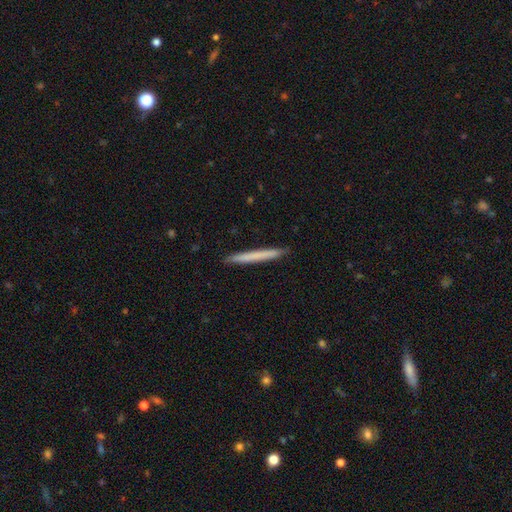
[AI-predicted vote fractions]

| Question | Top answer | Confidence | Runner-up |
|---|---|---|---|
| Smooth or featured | smooth | 66% | featured or disk (28%) |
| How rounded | cigar-shaped | 97% | in between (2%) |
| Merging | none | 92% | minor disturbance (6%) |